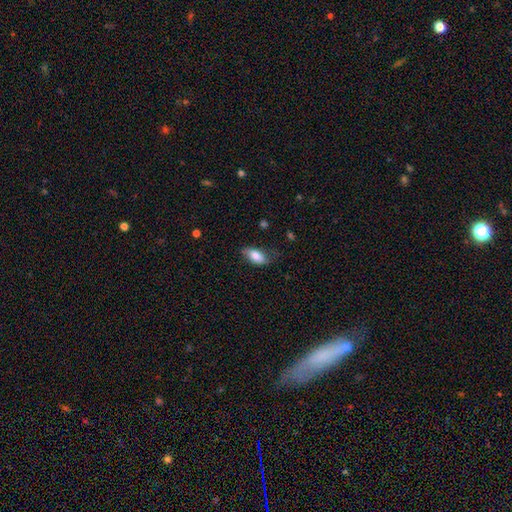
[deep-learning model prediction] smooth_or_featured: smooth (p=0.81) [alt: featured or disk p=0.12]
how_rounded: in between (p=0.89) [alt: cigar-shaped p=0.07]
merging: none (p=0.65) [alt: minor disturbance p=0.26]